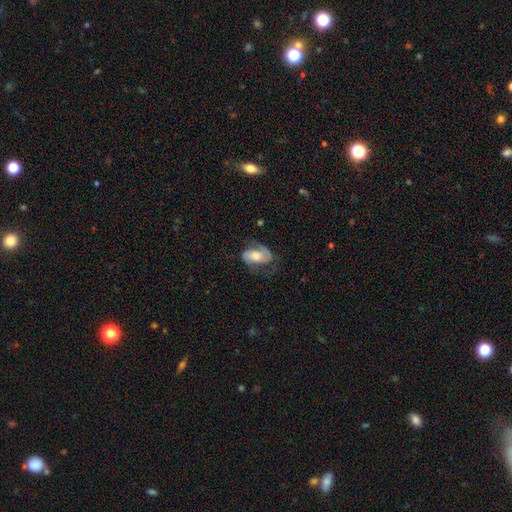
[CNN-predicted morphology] This is likely a featured or disk galaxy (66%). It is clearly not viewed edge-on (96%). Bar: possibly no (57%). Spiral arm pattern: clearly yes (90%). Spiral arm count: clearly 2 (81%). Spiral winding: possibly medium (46%). Central bulge: possibly moderate (57%). Merging: possibly none (60%).